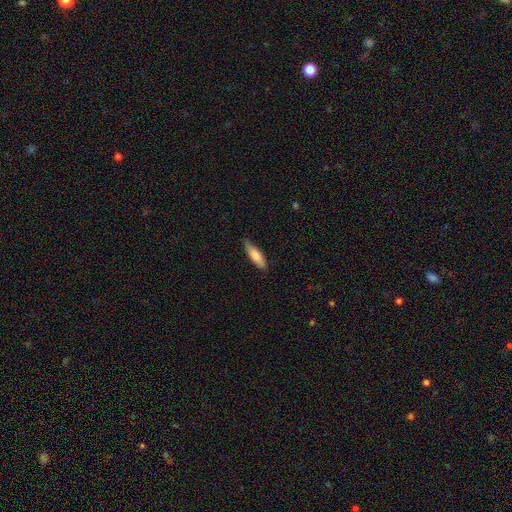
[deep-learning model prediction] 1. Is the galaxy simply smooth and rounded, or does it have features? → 79% smooth, 15% featured or disk, 5% star or artifact.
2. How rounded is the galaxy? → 60% cigar-shaped, 39% in between, 2% round.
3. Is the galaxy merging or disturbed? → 77% none, 19% minor disturbance, 3% major disturbance, 1% merger.